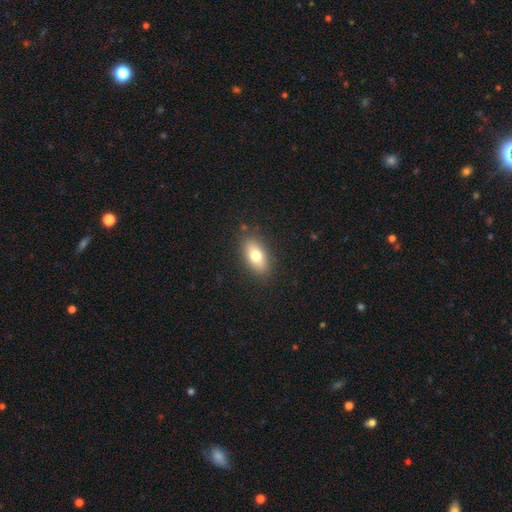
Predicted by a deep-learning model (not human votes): Smooth or featured? smooth (75%)
How rounded? in between (86%)
Merging? none (85%)